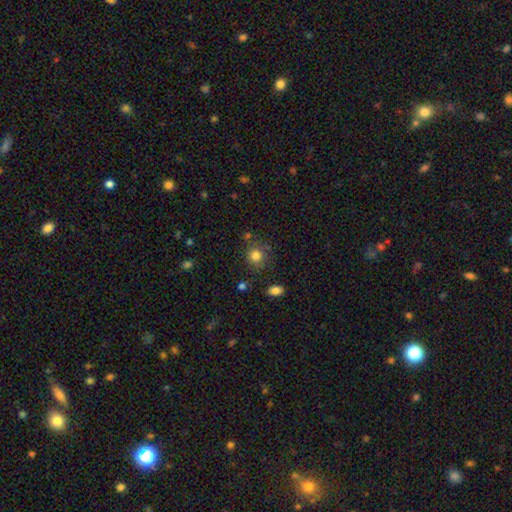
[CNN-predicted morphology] Smooth or featured: smooth — 82% (star or artifact — 12%)
How rounded: round — 86% (in between — 13%)
Merging: none — 77% (minor disturbance — 13%)